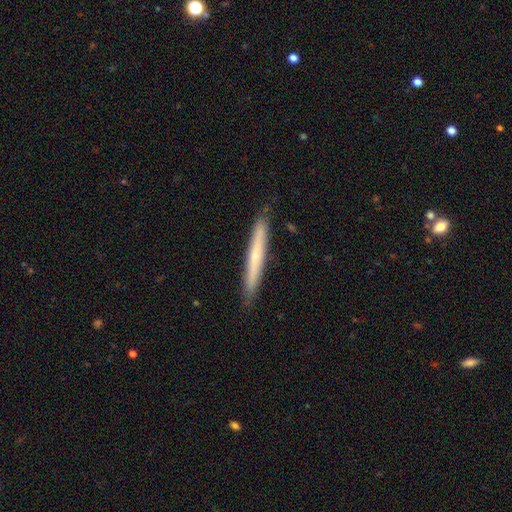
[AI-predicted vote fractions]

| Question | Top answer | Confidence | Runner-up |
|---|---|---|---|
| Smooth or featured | smooth | 54% | featured or disk (40%) |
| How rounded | cigar-shaped | 97% | in between (2%) |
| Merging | none | 89% | minor disturbance (9%) |